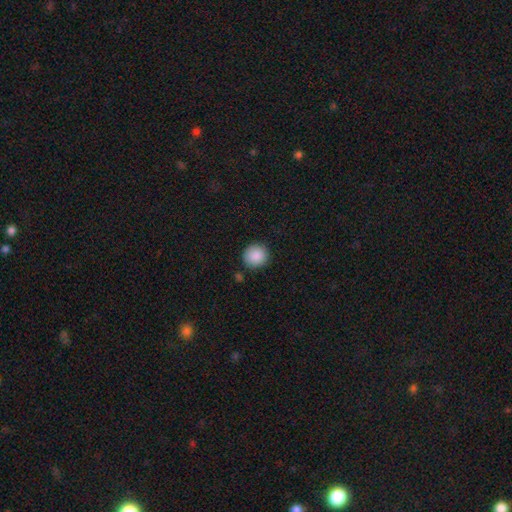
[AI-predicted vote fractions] smooth 89%, star or artifact 8%, featured or disk 4%. Down the decision tree: how rounded — round (91%); merging — none (86%).